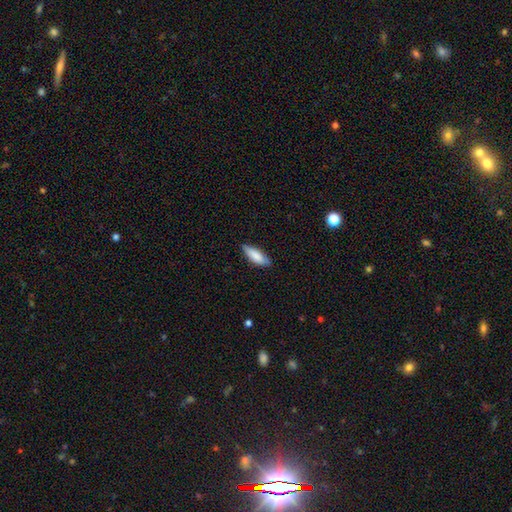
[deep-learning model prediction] smooth_or_featured: smooth (p=0.83) [alt: featured or disk p=0.11]
how_rounded: in between (p=0.61) [alt: cigar-shaped p=0.37]
merging: none (p=0.80) [alt: minor disturbance p=0.16]